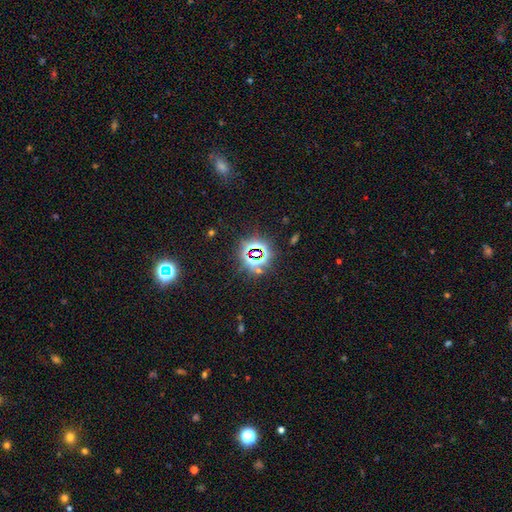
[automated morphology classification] Smooth or featured: star or artifact — 78% (smooth — 14%)